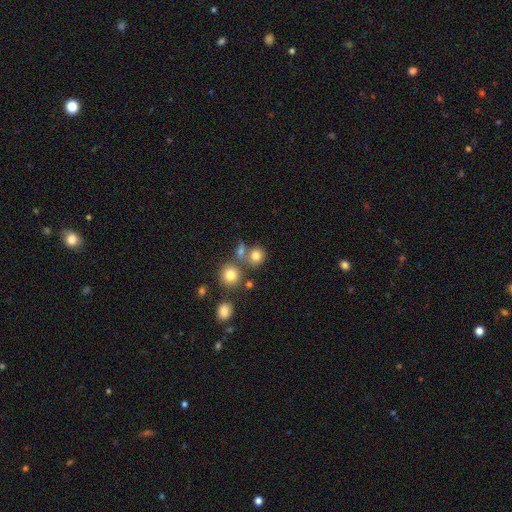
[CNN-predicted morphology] Smooth or featured?
  - smooth: 77% *
  - star or artifact: 14%
  - featured or disk: 9%
How rounded?
  - round: 81% *
  - in between: 18%
  - cigar-shaped: 1%
Merging?
  - none: 61% *
  - merger: 24%
  - minor disturbance: 10%
  - major disturbance: 5%